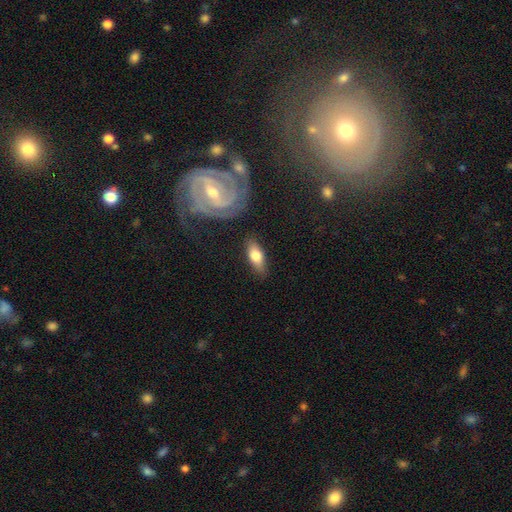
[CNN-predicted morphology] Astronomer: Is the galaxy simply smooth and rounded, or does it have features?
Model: smooth — 67%.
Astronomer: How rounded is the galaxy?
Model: in between — 75%.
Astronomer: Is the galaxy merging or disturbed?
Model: none — 82%.